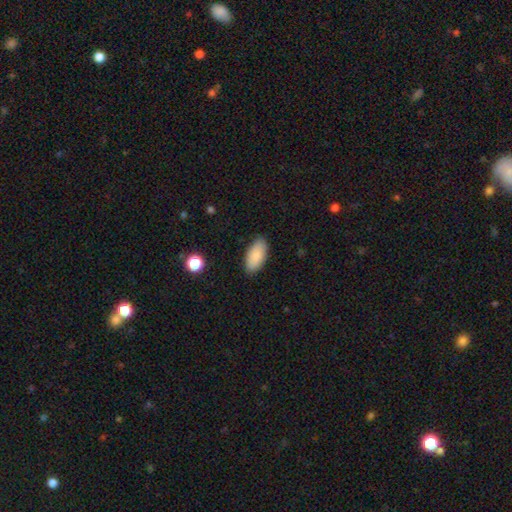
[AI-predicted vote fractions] This appears to be a smooth galaxy with no disk features (86%) that is in between round and cigar-shaped (93%). Merging: none (86%).